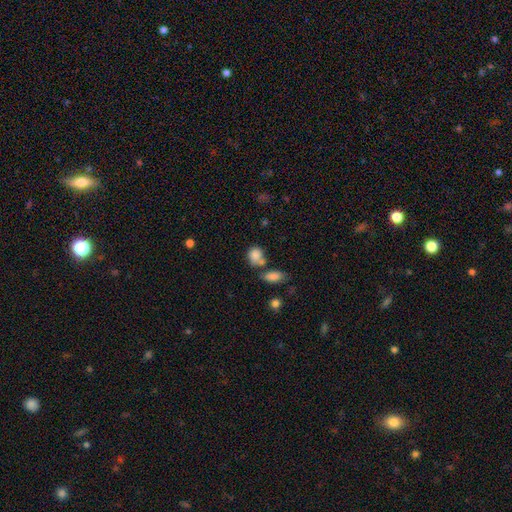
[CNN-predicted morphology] smooth_or_featured: smooth (p=0.84) [alt: star or artifact p=0.09]
how_rounded: round (p=0.56) [alt: in between p=0.42]
merging: none (p=0.43) [alt: merger p=0.35]